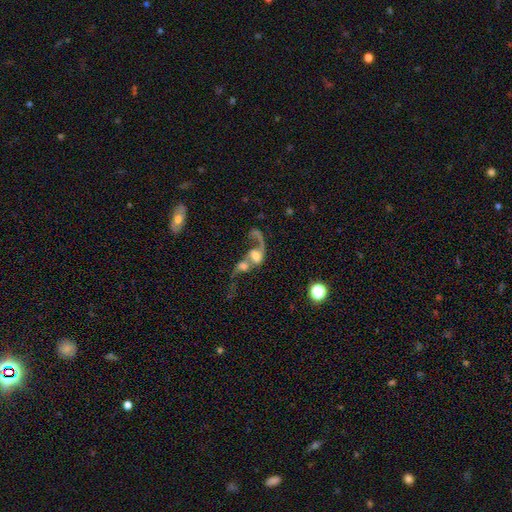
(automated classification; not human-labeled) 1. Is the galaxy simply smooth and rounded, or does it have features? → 60% featured or disk, 29% smooth, 11% star or artifact.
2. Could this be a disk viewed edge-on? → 95% no, 5% yes.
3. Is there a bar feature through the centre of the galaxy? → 64% no, 27% weak, 9% strong.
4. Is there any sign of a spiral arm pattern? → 73% yes, 27% no.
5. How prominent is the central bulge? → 33% moderate, 31% large, 15% small, 14% none, 8% dominant.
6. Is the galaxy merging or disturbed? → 78% merger, 12% major disturbance, 7% none, 3% minor disturbance.